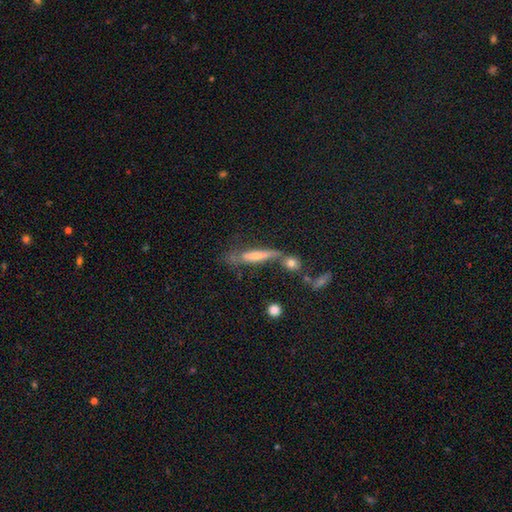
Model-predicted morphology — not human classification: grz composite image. It shows a featured or disk galaxy (51%) viewed edge-on (74%). Merging: none (45%).